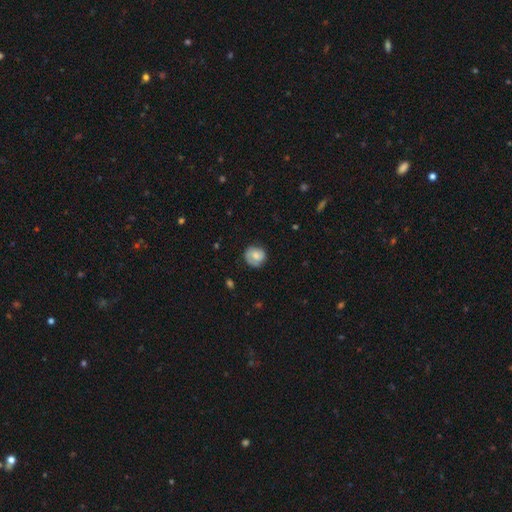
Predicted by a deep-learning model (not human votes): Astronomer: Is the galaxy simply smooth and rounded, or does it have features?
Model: smooth — 60%.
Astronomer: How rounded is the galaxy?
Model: round — 82%.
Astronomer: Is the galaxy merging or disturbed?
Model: none — 71%.